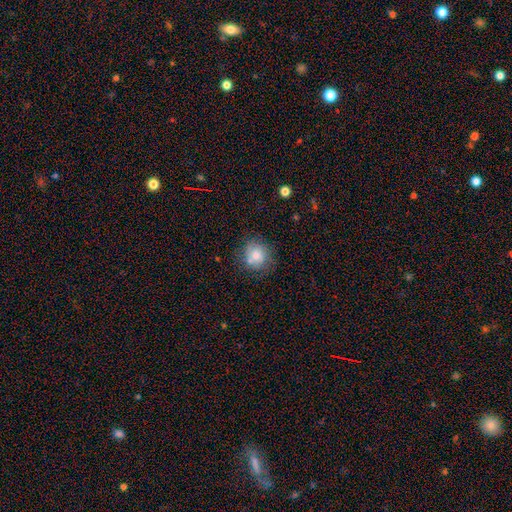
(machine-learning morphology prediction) Overall: smooth (76%). How rounded: round (84%). Merging: none (68%).